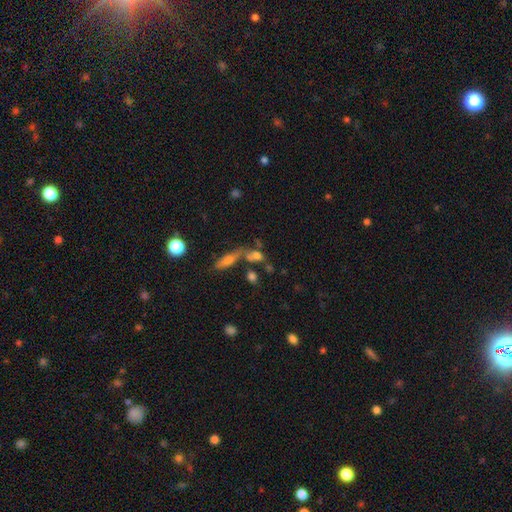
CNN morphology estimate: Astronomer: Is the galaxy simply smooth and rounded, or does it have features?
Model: smooth — 64%.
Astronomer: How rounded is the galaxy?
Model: in between — 61%.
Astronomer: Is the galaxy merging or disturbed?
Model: none — 42% (runner-up: merger, 38%).